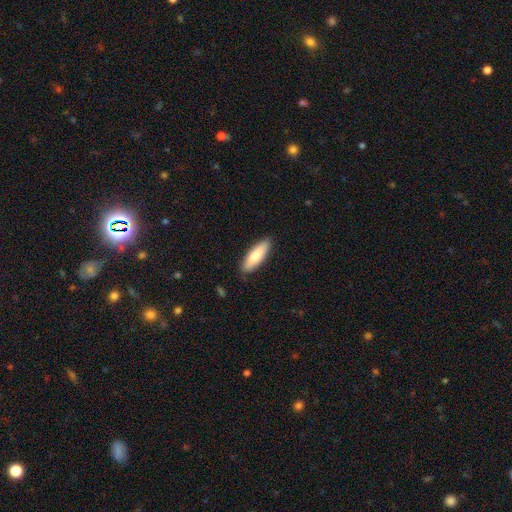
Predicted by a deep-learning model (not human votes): A smooth galaxy with no disk features (82%) that is in between round and cigar-shaped (54%).

Vote fractions:
- Smooth or featured? smooth: 82% / featured or disk: 13% / star or artifact: 5%
- How rounded? in between: 54% / cigar-shaped: 44% / round: 1%
- Merging? none: 87% / minor disturbance: 10% / major disturbance: 2% / merger: 1%